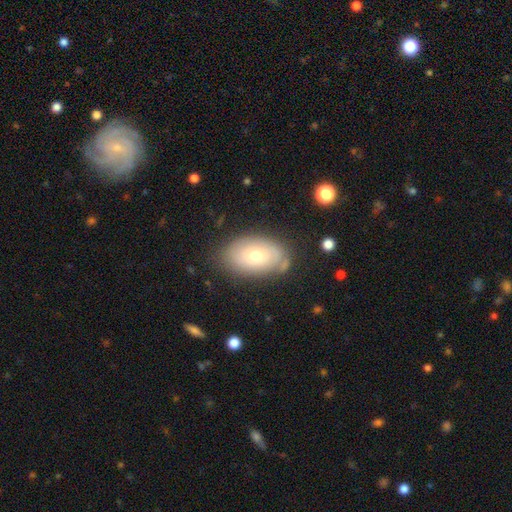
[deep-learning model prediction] Smooth or featured: smooth — 59% (featured or disk — 33%)
How rounded: in between — 91% (round — 8%)
Merging: none — 73% (minor disturbance — 19%)